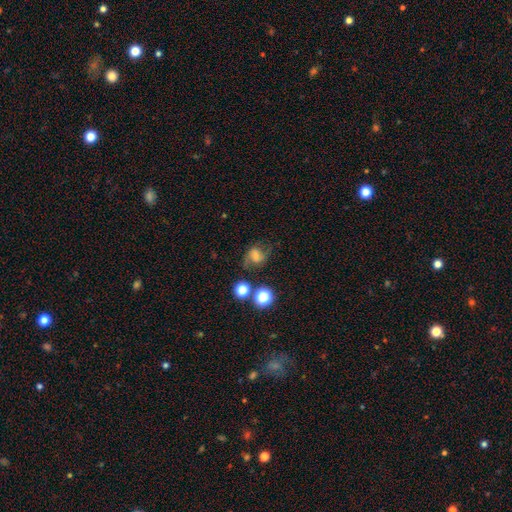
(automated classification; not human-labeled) Morphology: type=smooth (47%); merging=none (58%).